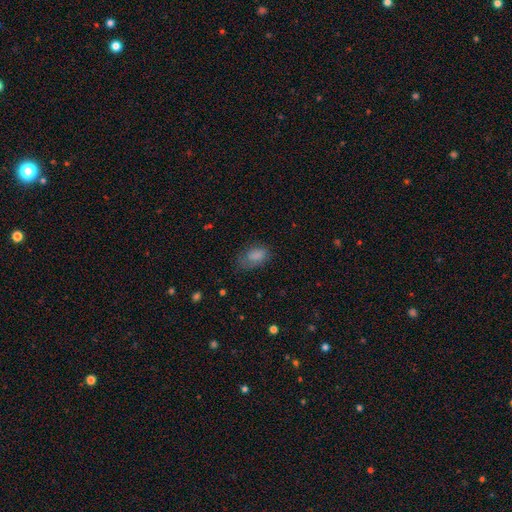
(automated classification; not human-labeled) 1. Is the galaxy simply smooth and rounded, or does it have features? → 81% smooth, 10% featured or disk, 9% star or artifact.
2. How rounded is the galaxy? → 90% in between, 8% round, 2% cigar-shaped.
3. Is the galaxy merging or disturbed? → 59% none, 27% minor disturbance, 13% major disturbance, 2% merger.